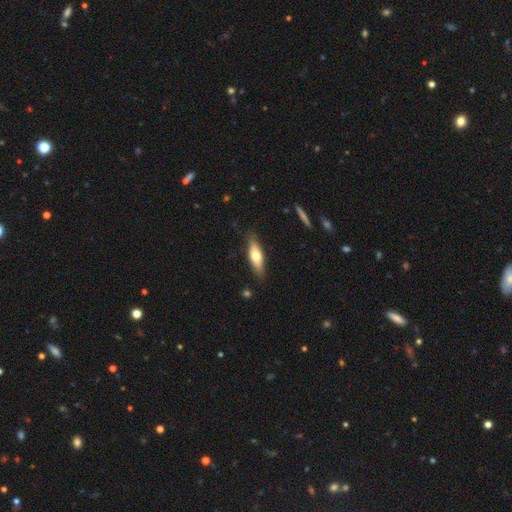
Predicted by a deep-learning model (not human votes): This is likely a smooth galaxy (64%). How rounded: possibly in between (52%). Merging: clearly none (83%).